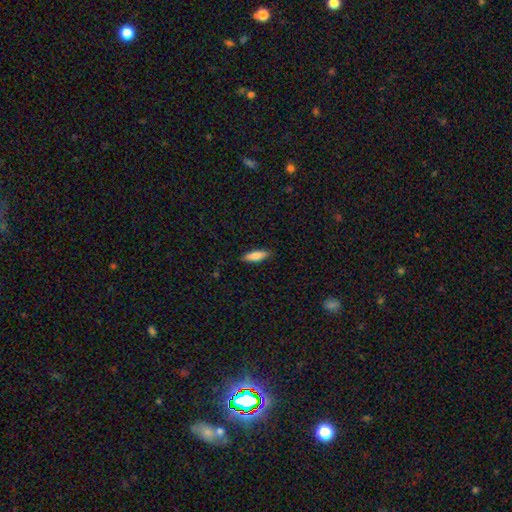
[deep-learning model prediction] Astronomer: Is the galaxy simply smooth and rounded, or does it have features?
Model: smooth — 81%.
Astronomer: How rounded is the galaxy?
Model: in between — 55% (runner-up: cigar-shaped, 43%).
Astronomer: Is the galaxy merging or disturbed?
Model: none — 86%.